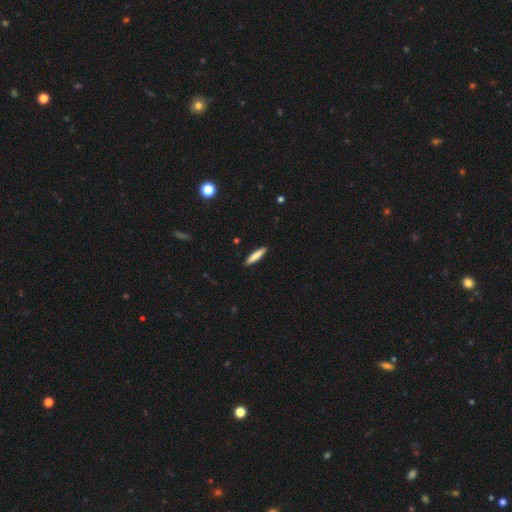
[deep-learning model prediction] The model was most divided on "smooth or featured": smooth: 79%, featured or disk: 16%, star or artifact: 6%. More confident: merging — none (91%); how rounded — cigar-shaped (87%).